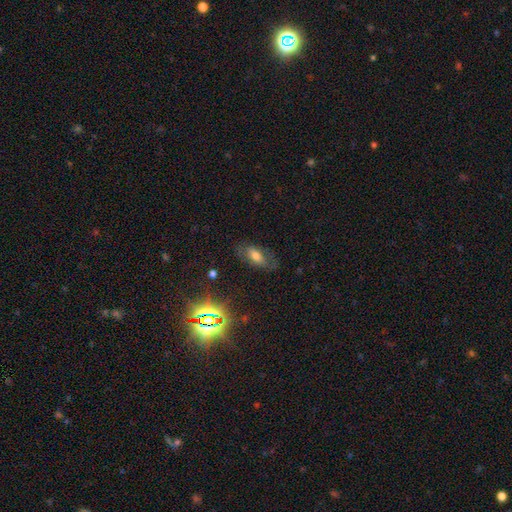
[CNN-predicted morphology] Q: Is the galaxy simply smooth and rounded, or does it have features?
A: smooth — 51%.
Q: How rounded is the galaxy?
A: in between — 85%.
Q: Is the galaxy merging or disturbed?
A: none — 72%.